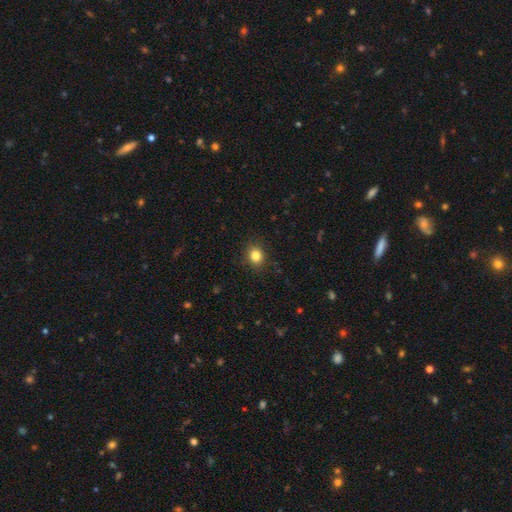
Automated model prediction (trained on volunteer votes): Smooth or featured? smooth (84%)
How rounded? round (62%)
Merging? none (88%)